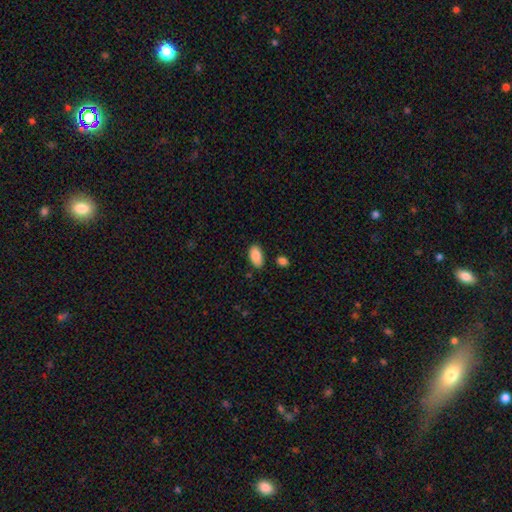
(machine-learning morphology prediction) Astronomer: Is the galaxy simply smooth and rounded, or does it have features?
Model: smooth — 88%.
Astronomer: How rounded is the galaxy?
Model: in between — 94%.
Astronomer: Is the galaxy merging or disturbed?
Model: none — 82%.